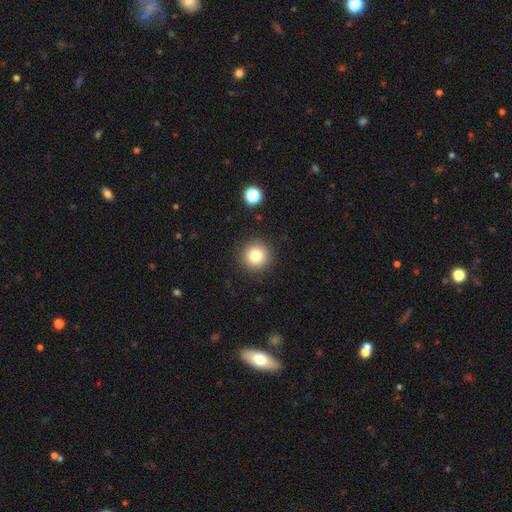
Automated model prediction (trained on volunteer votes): This is likely a smooth galaxy (80%). How rounded: clearly round (96%). Merging: clearly none (91%).